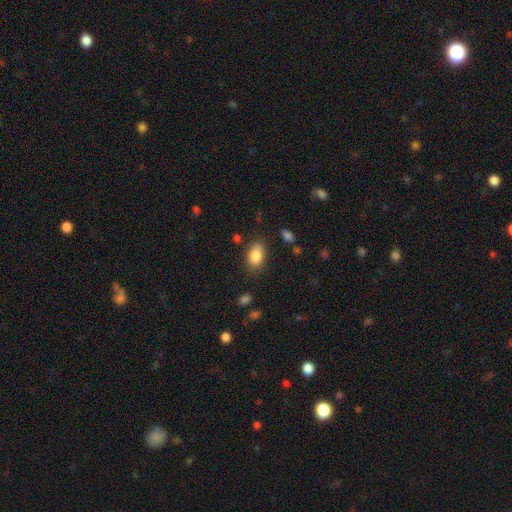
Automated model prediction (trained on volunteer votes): Q: Smooth or featured?
A: smooth (84%); runner-up: featured or disk (8%)
Q: How rounded?
A: in between (87%); runner-up: round (11%)
Q: Merging?
A: none (75%); runner-up: minor disturbance (18%)